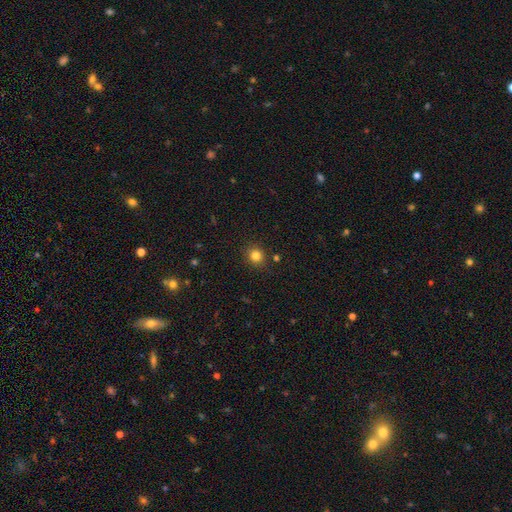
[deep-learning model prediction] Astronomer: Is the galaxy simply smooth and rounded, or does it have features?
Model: smooth — 82%.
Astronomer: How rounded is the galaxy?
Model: round — 87%.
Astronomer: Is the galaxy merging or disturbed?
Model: none — 88%.